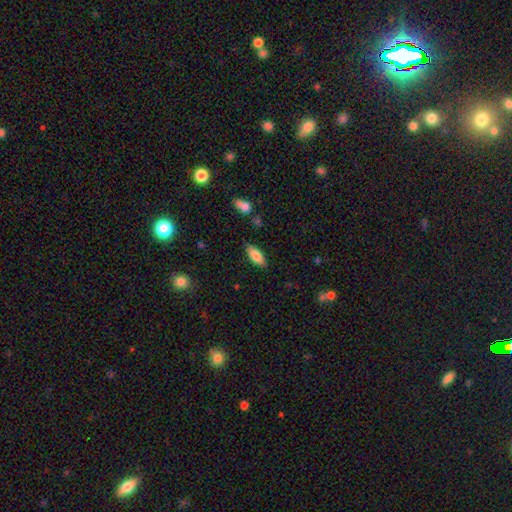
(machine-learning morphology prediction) Smooth or featured? Predicted: smooth (p=0.80). How rounded? Predicted: in between (p=0.79). Merging? Predicted: none (p=0.85).